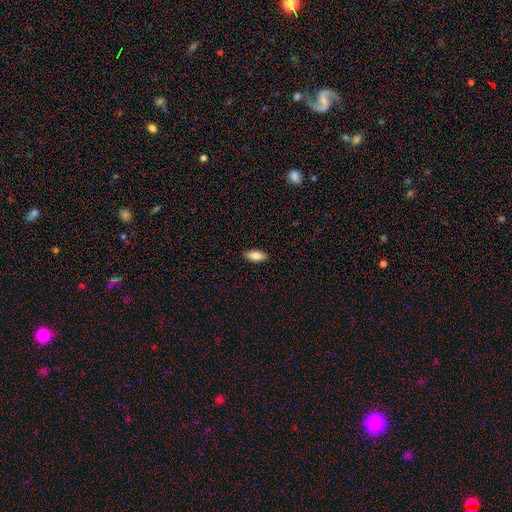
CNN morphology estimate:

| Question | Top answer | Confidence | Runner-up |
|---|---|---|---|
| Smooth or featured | smooth | 85% | featured or disk (9%) |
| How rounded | in between | 84% | cigar-shaped (14%) |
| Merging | none | 89% | minor disturbance (9%) |